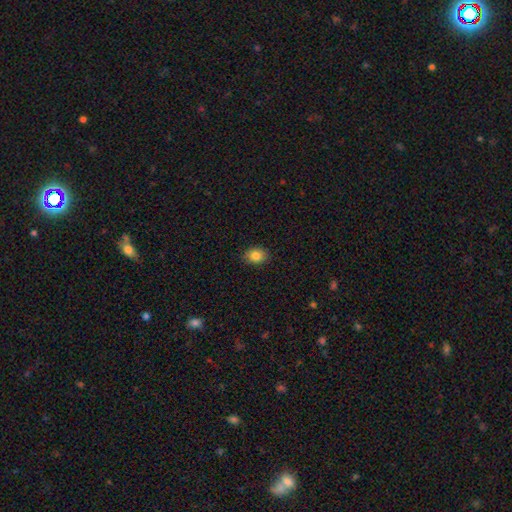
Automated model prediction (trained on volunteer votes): smooth 84%, star or artifact 10%, featured or disk 6%. Down the decision tree: how rounded — in between (57%); merging — none (86%).